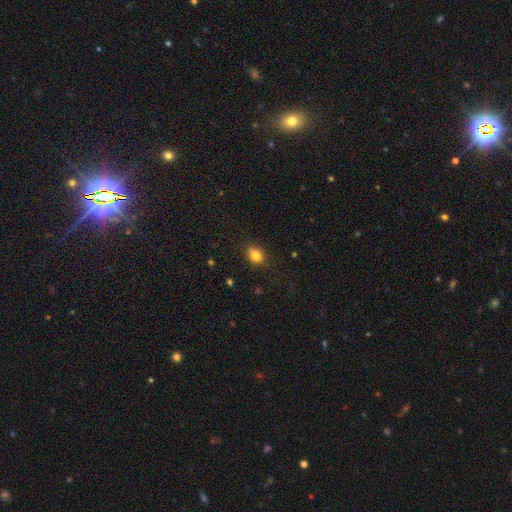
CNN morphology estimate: Smooth or featured: smooth — 82% (star or artifact — 11%)
How rounded: in between — 67% (round — 31%)
Merging: none — 71% (minor disturbance — 21%)